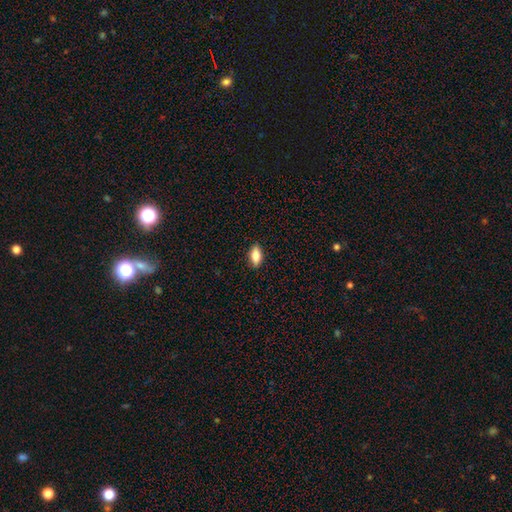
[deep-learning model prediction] Smooth or featured: smooth — 79% (featured or disk — 13%)
How rounded: in between — 85% (cigar-shaped — 11%)
Merging: none — 88% (minor disturbance — 9%)